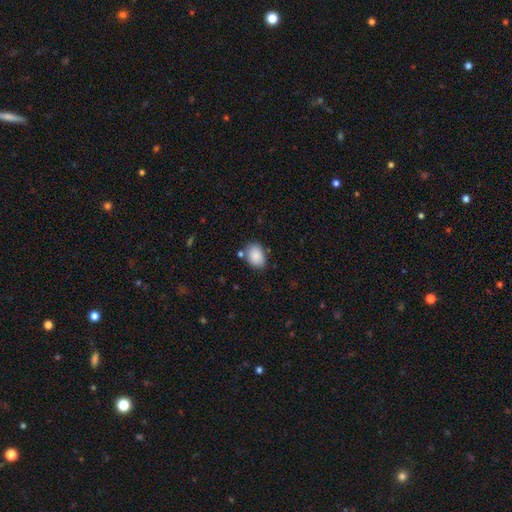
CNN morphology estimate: Smooth or featured?
  - smooth: 88% *
  - star or artifact: 7%
  - featured or disk: 4%
How rounded?
  - in between: 79% *
  - round: 20%
  - cigar-shaped: 1%
Merging?
  - none: 73% *
  - minor disturbance: 16%
  - merger: 7%
  - major disturbance: 4%